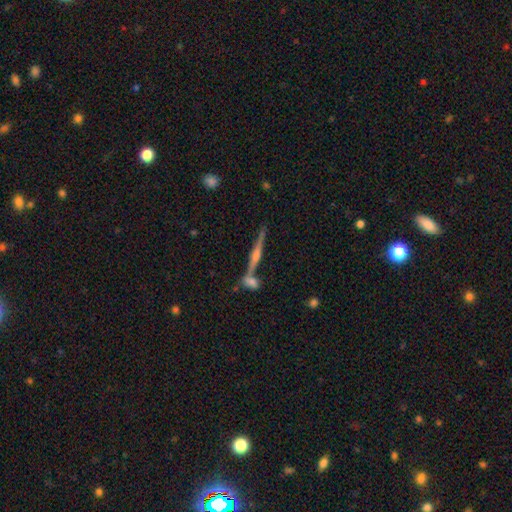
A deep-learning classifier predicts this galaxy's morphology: Q: Smooth or featured?
A: featured or disk (69%); runner-up: smooth (19%)
Q: Edge-on disk?
A: yes (93%); runner-up: no (7%)
Q: Edge-on bulge?
A: rounded (80%); runner-up: none (12%)
Q: Merging?
A: none (66%); runner-up: merger (19%)